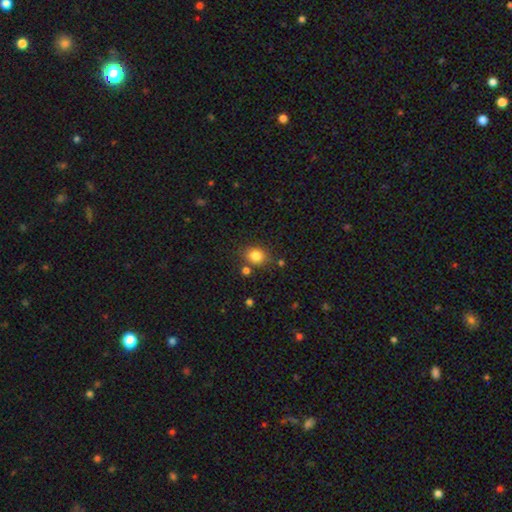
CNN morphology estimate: Smooth or featured? Predicted: smooth (p=0.83). How rounded? Predicted: round (p=0.61). Merging? Predicted: none (p=0.77).